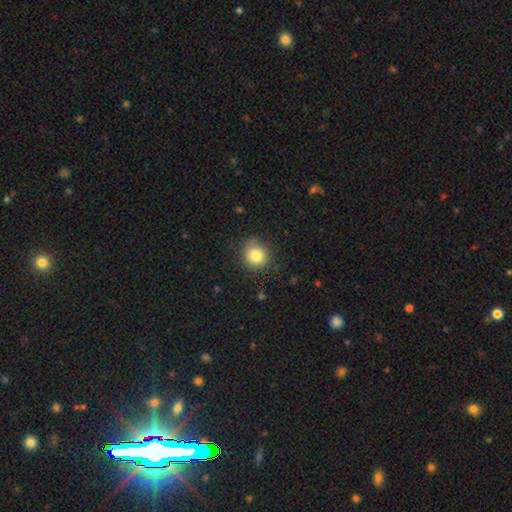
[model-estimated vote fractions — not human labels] smooth 82%, star or artifact 11%, featured or disk 8%. Down the decision tree: how rounded — round (85%); merging — none (81%).